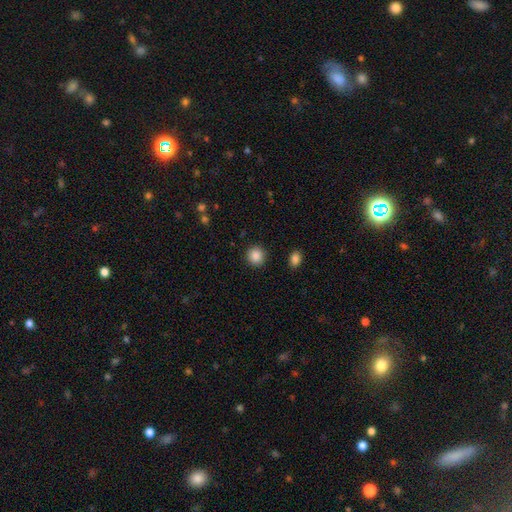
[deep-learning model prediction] Morphology: type=smooth (88%); roundness=round (89%); merging=none (91%).